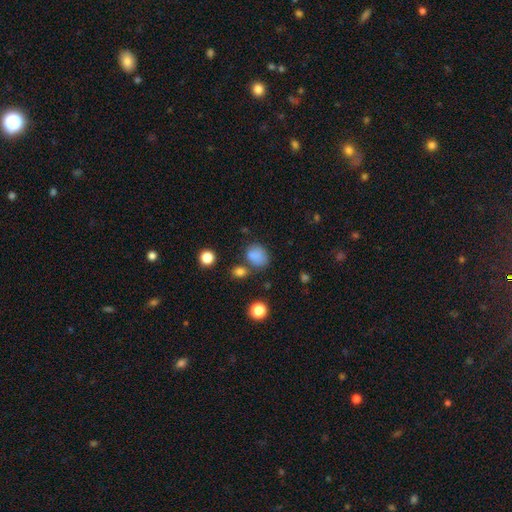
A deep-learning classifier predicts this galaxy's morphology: Smooth or featured? Predicted: smooth (p=0.81). How rounded? Predicted: in between (p=0.50). Merging? Predicted: none (p=0.60).